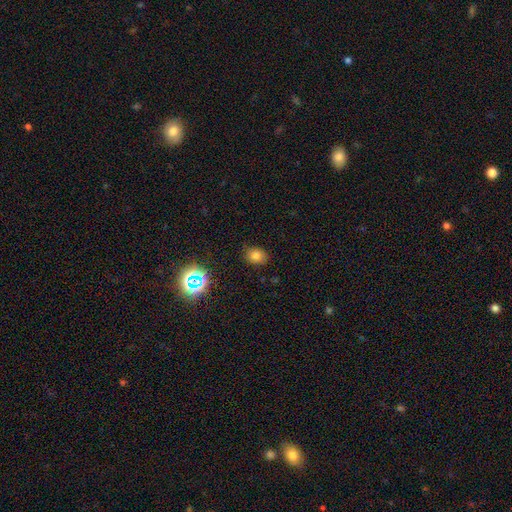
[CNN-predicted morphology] smooth 76%, star or artifact 17%, featured or disk 7%. Down the decision tree: how rounded — round (51%); merging — none (84%).